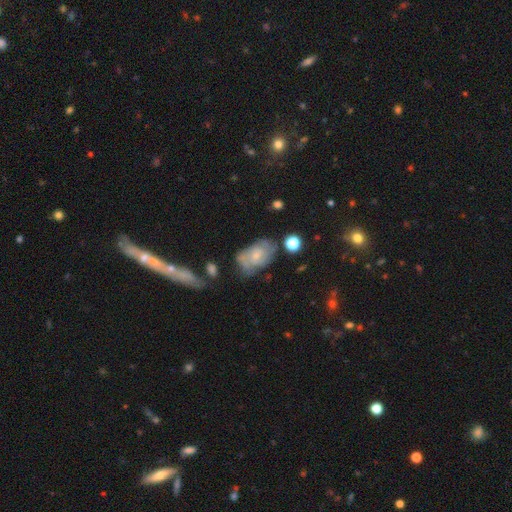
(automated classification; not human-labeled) Smooth or featured? Predicted: featured or disk (p=0.53). Edge-on disk? Predicted: no (p=0.95). Bar? Predicted: no (p=0.74). Spiral arms? Predicted: yes (p=0.70). Bulge size? Predicted: small (p=0.62). Merging? Predicted: none (p=0.48).